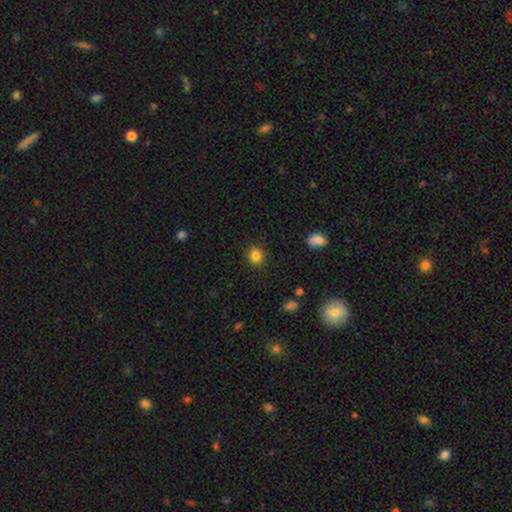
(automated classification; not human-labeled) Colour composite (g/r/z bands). It shows a smooth galaxy with no disk features (85%) that is round (76%). Merging: none (88%).